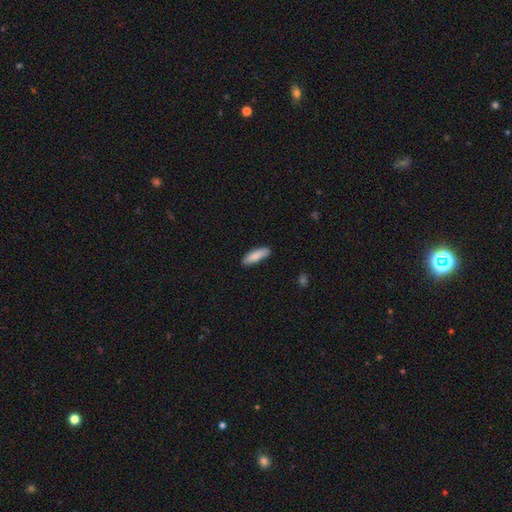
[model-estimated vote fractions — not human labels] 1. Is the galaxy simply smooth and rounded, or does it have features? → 86% smooth, 8% featured or disk, 6% star or artifact.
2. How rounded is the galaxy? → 53% cigar-shaped, 46% in between, 2% round.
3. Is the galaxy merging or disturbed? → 84% none, 13% minor disturbance, 2% major disturbance, 1% merger.